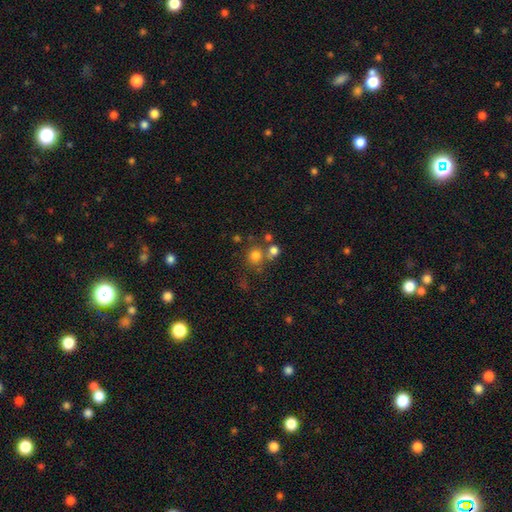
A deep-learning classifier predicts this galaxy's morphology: smooth-or-featured: smooth: 75% | star or artifact: 16% | featured or disk: 9%
  how-rounded: round: 88% | in between: 11% | cigar-shaped: 1%
  merging: none: 62% | merger: 24% | minor disturbance: 9% | major disturbance: 5%